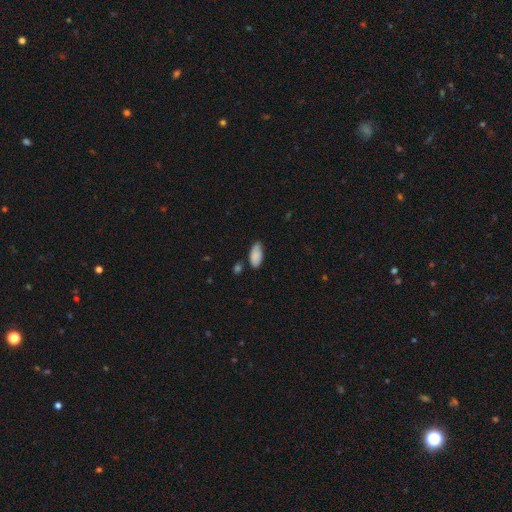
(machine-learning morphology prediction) Smooth or featured? smooth (86%)
How rounded? in between (91%)
Merging? none (69%)